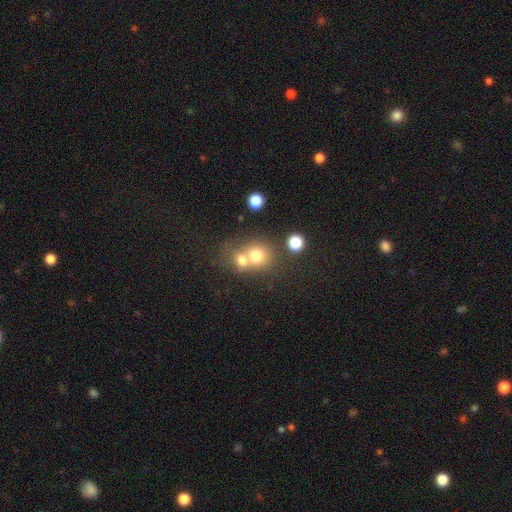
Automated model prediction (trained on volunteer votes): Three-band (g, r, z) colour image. It shows a smooth galaxy with no disk features (72%) that is round (78%). Merging: merger (57%).